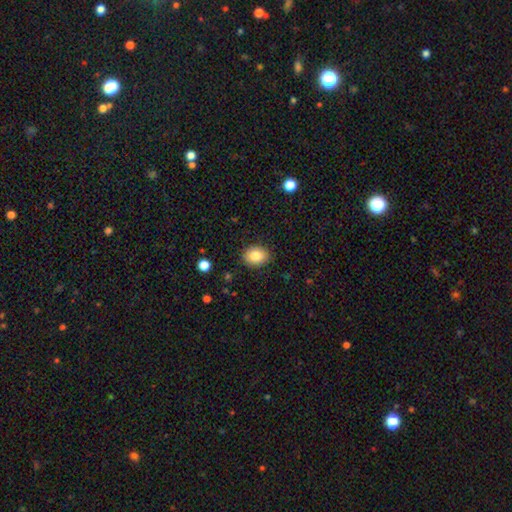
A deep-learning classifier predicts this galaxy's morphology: Smooth or featured: smooth — 84% (star or artifact — 8%)
How rounded: in between — 63% (round — 36%)
Merging: none — 88% (minor disturbance — 9%)